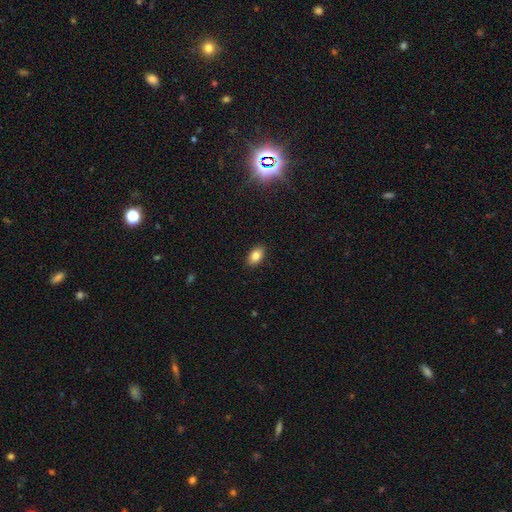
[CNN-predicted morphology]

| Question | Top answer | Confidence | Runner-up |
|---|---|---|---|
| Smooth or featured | smooth | 84% | star or artifact (8%) |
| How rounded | in between | 91% | round (7%) |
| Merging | none | 89% | minor disturbance (8%) |